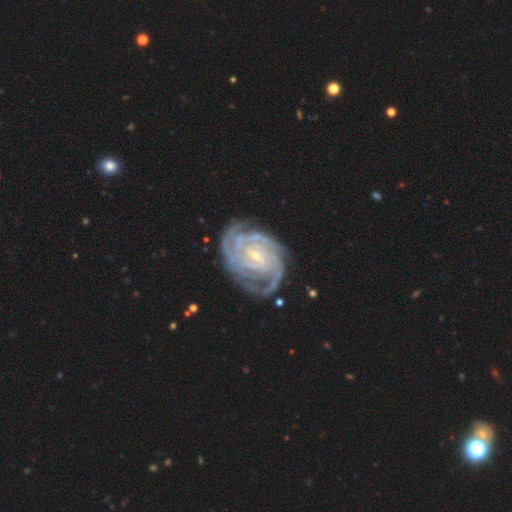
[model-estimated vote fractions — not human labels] A featured or disk galaxy (90%) with no bar (44%), 4 (25%) tight (74%) spiral arms (98%) and a small central bulge (79%).

Vote fractions:
- Smooth or featured? featured or disk: 90% / star or artifact: 5% / smooth: 5%
- Edge-on disk? no: 97% / yes: 3%
- Bar? no: 44% / weak: 40% / strong: 16%
- Spiral arms? yes: 98% / no: 2%
- Spiral winding? tight: 74% / medium: 23% / loose: 3%
- Spiral arm count? 4: 25% / 3: 21% / can't tell: 21% / 2: 15% / more than 4: 11% / 1: 7%
- Bulge size? small: 79% / moderate: 16% / none: 3% / large: 1% / dominant: 1%
- Merging? none: 72% / minor disturbance: 19% / major disturbance: 7% / merger: 2%